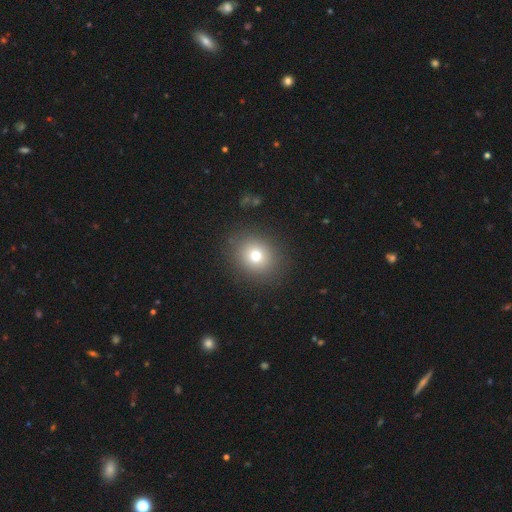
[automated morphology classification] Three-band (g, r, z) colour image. It shows a smooth galaxy with no disk features (74%) that is round (73%). Merging: none (87%).